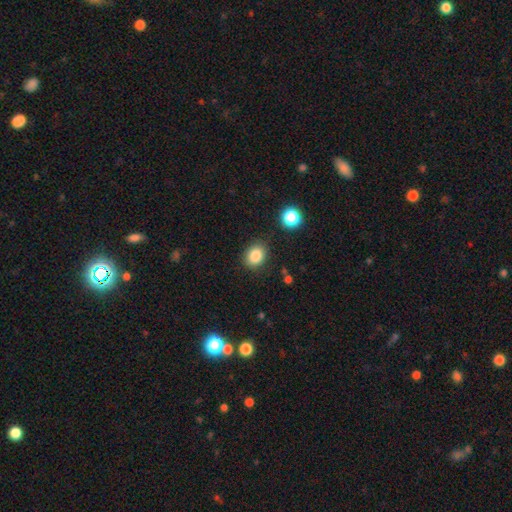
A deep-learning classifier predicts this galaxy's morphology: The model was most divided on "how rounded": round: 51%, in between: 49%, cigar-shaped: 1%. More confident: smooth or featured — smooth (85%); merging — none (83%).